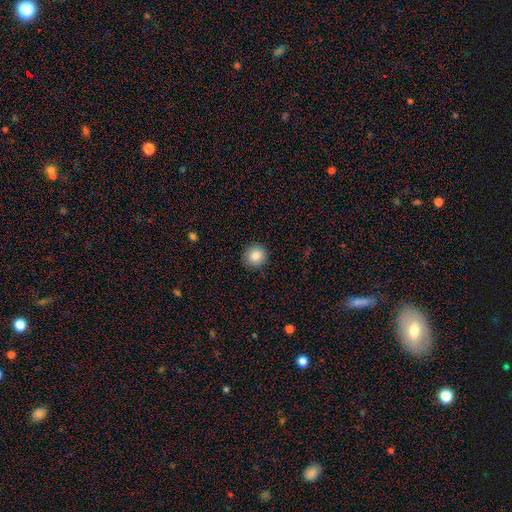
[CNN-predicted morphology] Overall: smooth (84%). How rounded: round (92%). Merging: none (91%).